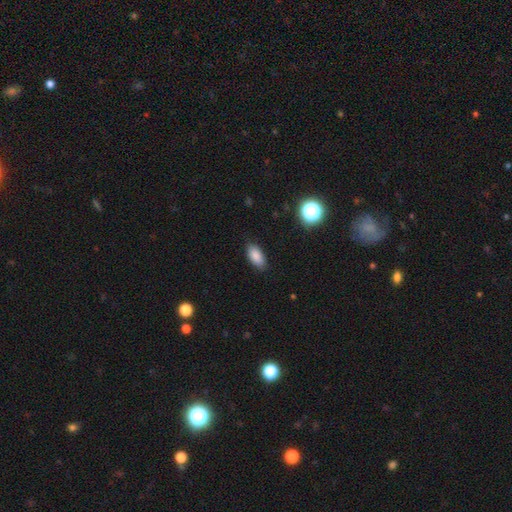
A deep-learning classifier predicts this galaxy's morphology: Smooth or featured?
  - smooth: 86% *
  - star or artifact: 9%
  - featured or disk: 5%
How rounded?
  - in between: 90% *
  - cigar-shaped: 7%
  - round: 3%
Merging?
  - none: 86% *
  - minor disturbance: 11%
  - major disturbance: 2%
  - merger: 1%